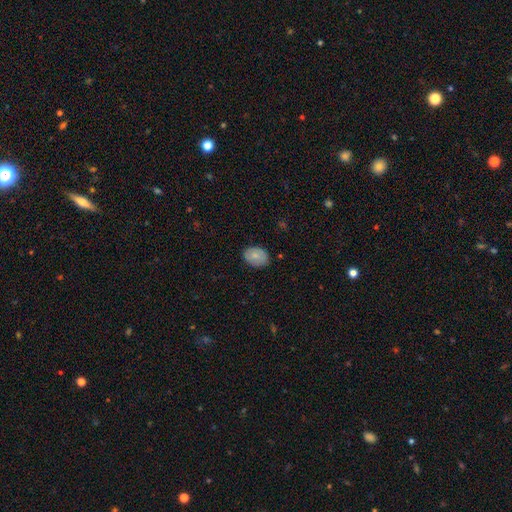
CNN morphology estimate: Smooth or featured?
  - smooth: 78% *
  - featured or disk: 15%
  - star or artifact: 7%
How rounded?
  - in between: 72% *
  - round: 27%
  - cigar-shaped: 1%
Merging?
  - none: 83% *
  - minor disturbance: 14%
  - major disturbance: 2%
  - merger: 1%